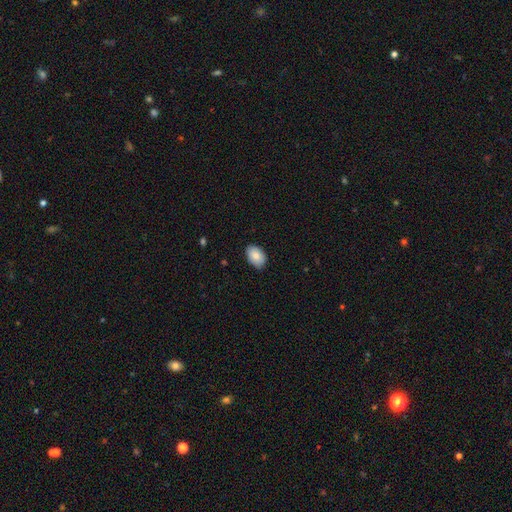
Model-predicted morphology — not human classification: Smooth or featured? smooth (85%)
How rounded? in between (88%)
Merging? none (83%)